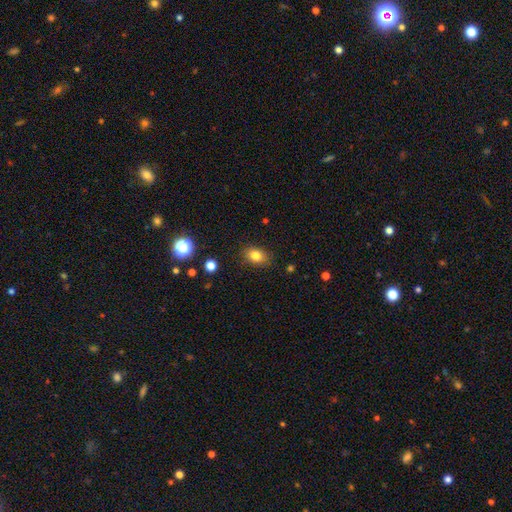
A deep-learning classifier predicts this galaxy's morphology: smooth_or_featured: smooth (p=0.81) [alt: star or artifact p=0.11]
how_rounded: in between (p=0.71) [alt: round p=0.28]
merging: none (p=0.86) [alt: minor disturbance p=0.10]